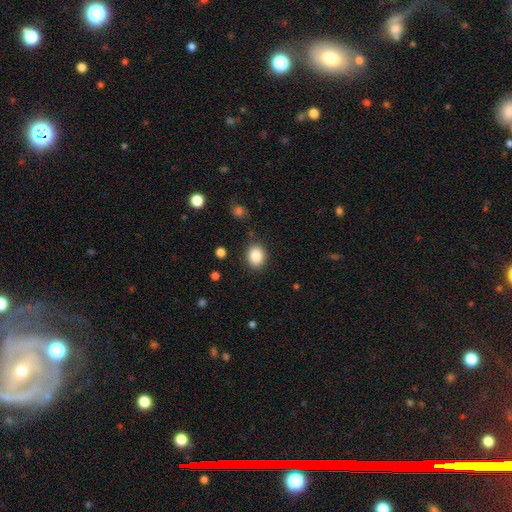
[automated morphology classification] smooth-or-featured: smooth: 87% | star or artifact: 9% | featured or disk: 5%
  how-rounded: round: 55% | in between: 44% | cigar-shaped: 1%
  merging: none: 86% | minor disturbance: 9% | major disturbance: 3% | merger: 2%